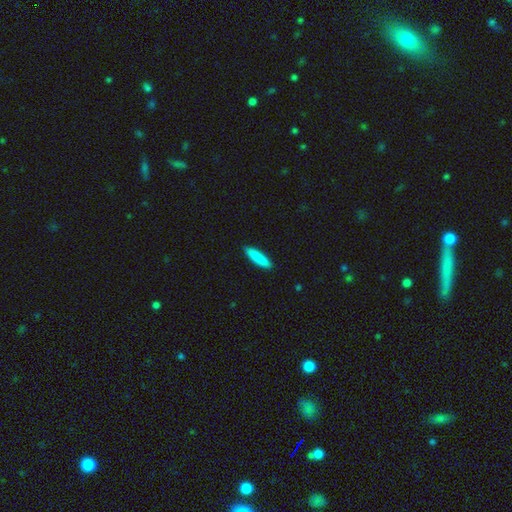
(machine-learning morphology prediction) The model was most divided on "how rounded": cigar-shaped: 84%, in between: 15%, round: 1%. More confident: merging — none (91%); smooth or featured — smooth (87%).